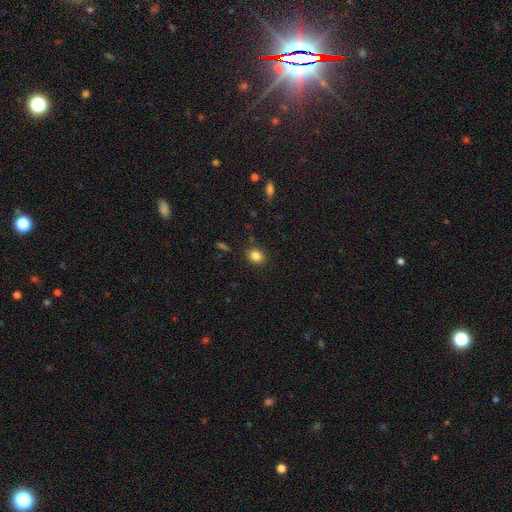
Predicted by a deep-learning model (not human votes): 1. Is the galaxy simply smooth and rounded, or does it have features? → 84% smooth, 10% star or artifact, 5% featured or disk.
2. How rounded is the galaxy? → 60% round, 39% in between, 1% cigar-shaped.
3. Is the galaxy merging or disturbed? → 86% none, 10% minor disturbance, 3% major disturbance, 2% merger.